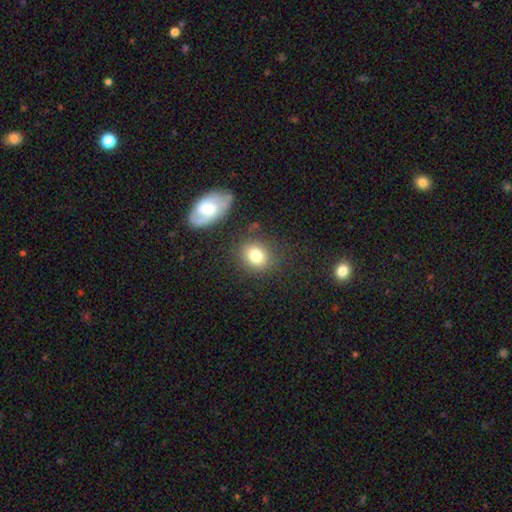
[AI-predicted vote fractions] A smooth galaxy with no disk features (79%) that is round (67%).

Vote fractions:
- Smooth or featured? smooth: 79% / star or artifact: 11% / featured or disk: 10%
- How rounded? round: 67% / in between: 32% / cigar-shaped: 1%
- Merging? none: 78% / minor disturbance: 13% / merger: 5% / major disturbance: 4%